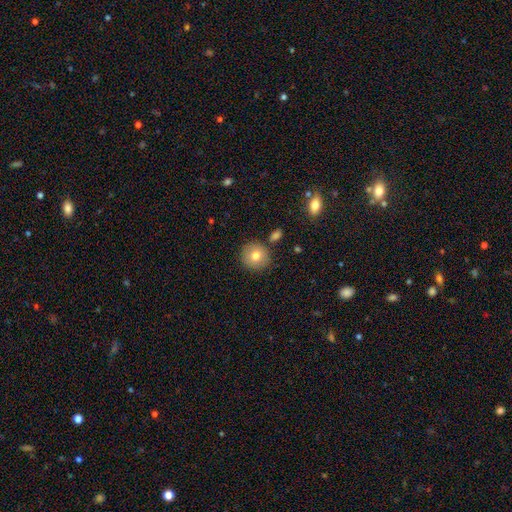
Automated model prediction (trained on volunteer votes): Overall: smooth (78%). How rounded: round (92%). Merging: none (83%).